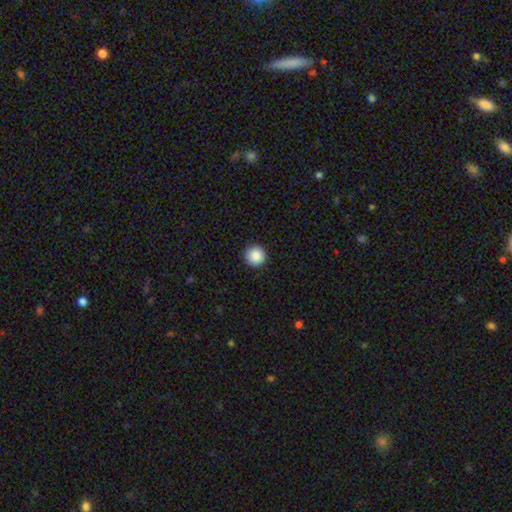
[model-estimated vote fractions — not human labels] Smooth or featured? smooth (88%)
How rounded? round (97%)
Merging? none (92%)